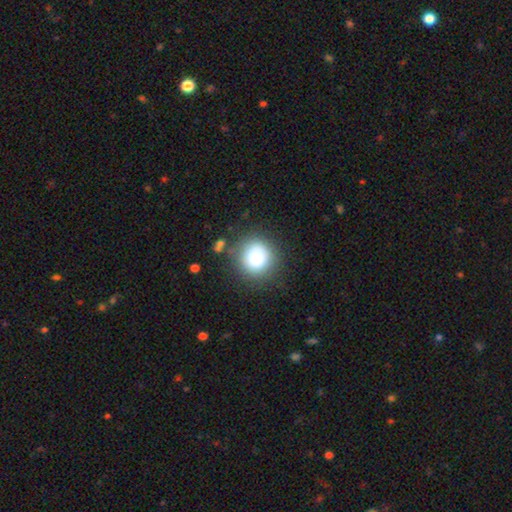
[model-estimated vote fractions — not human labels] A smooth galaxy with no disk features (83%) that is round (91%). Merging: none (81%).